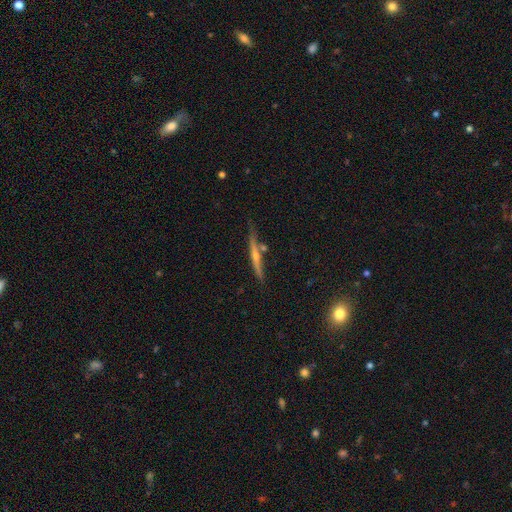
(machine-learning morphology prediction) Q: Smooth or featured?
A: featured or disk (70%); runner-up: smooth (22%)
Q: Edge-on disk?
A: yes (97%); runner-up: no (3%)
Q: Edge-on bulge?
A: rounded (72%); runner-up: none (23%)
Q: Merging?
A: none (76%); runner-up: minor disturbance (14%)